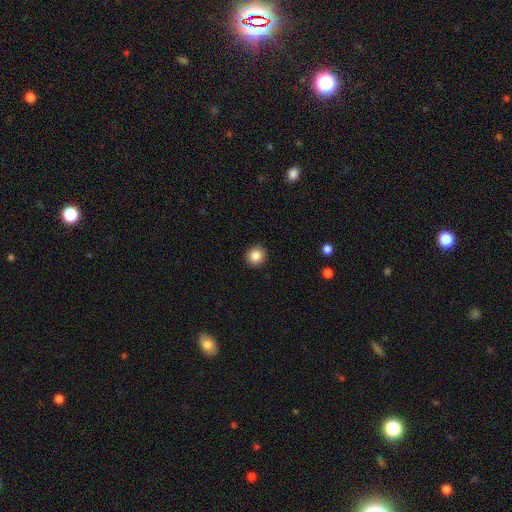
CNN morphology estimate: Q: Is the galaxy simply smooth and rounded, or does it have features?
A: smooth — 85%.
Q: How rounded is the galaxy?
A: round — 91%.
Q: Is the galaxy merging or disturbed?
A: none — 92%.